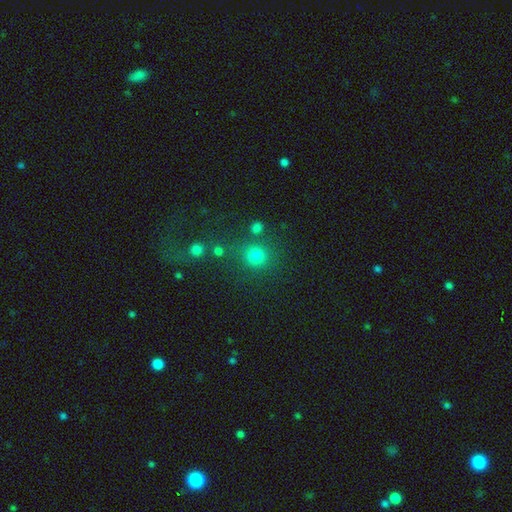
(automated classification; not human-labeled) Morphology: type=smooth (79%); roundness=round (90%); merging=none (71%).